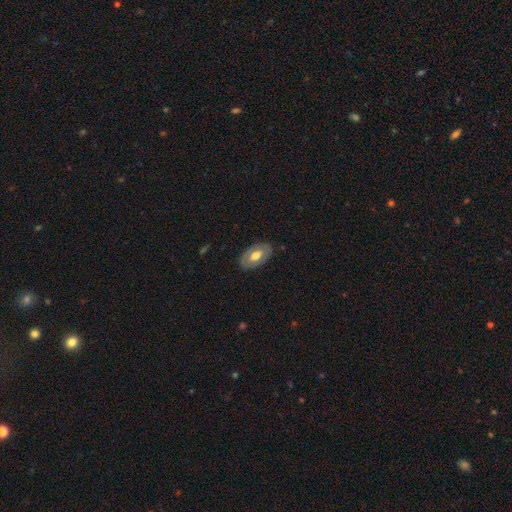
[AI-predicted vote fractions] The model was most divided on "smooth or featured": smooth: 54%, featured or disk: 40%, star or artifact: 6%. More confident: how rounded — in between (92%); merging — none (84%).